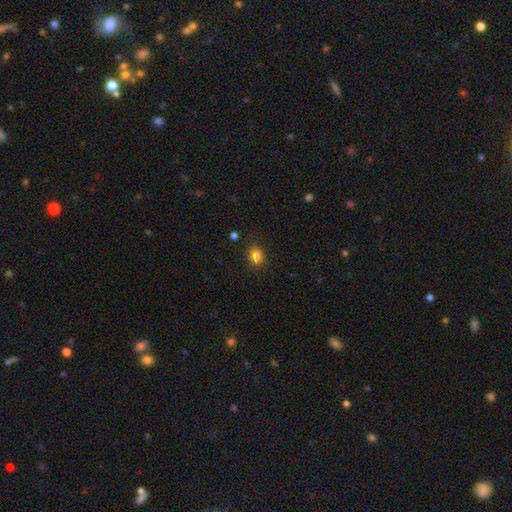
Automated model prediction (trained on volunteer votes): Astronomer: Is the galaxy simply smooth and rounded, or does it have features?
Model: smooth — 83%.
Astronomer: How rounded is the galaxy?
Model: round — 53% (runner-up: in between, 46%).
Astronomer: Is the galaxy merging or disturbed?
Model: none — 83%.